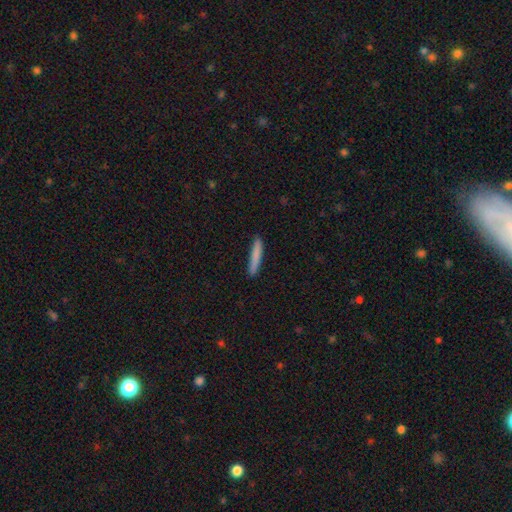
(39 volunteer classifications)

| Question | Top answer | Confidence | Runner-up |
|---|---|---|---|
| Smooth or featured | smooth | 82% | featured or disk (13%) |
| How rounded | cigar-shaped | 100% | — |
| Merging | none | 92% | minor disturbance (5%) |